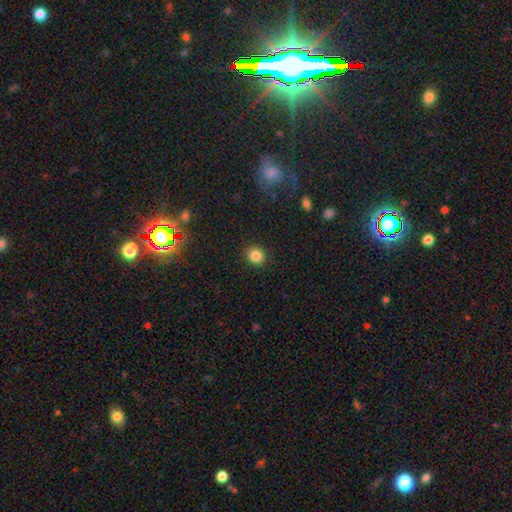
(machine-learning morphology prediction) Smooth or featured?
  - smooth: 84% *
  - star or artifact: 11%
  - featured or disk: 4%
How rounded?
  - round: 84% *
  - in between: 15%
  - cigar-shaped: 1%
Merging?
  - none: 91% *
  - minor disturbance: 6%
  - major disturbance: 2%
  - merger: 1%